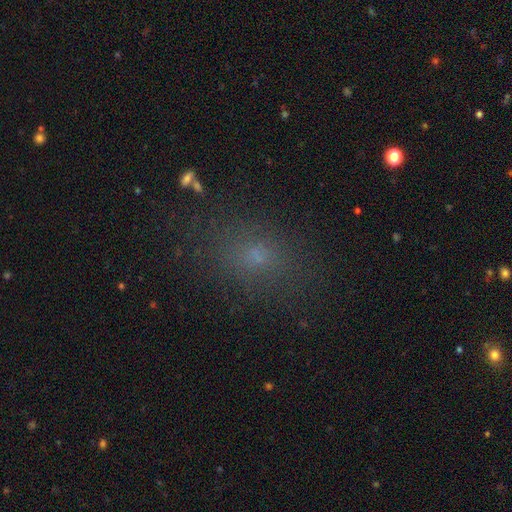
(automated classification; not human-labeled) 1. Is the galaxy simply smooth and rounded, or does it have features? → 64% smooth, 23% star or artifact, 13% featured or disk.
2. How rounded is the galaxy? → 63% in between, 33% round, 3% cigar-shaped.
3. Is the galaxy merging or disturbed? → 77% none, 14% minor disturbance, 7% major disturbance, 2% merger.